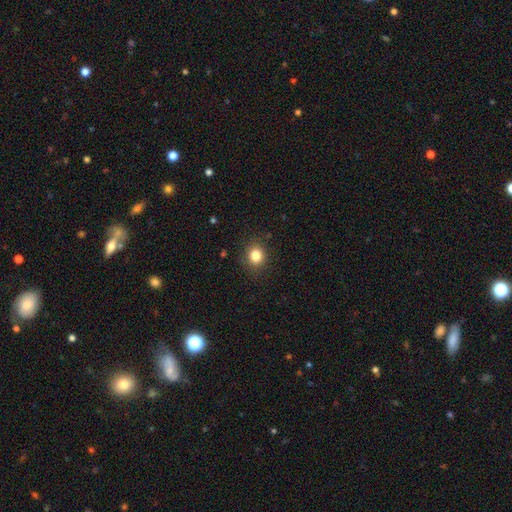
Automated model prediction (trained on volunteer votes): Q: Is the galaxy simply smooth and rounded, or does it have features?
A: smooth — 82%.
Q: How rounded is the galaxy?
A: round — 76%.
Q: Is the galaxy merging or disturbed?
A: none — 87%.